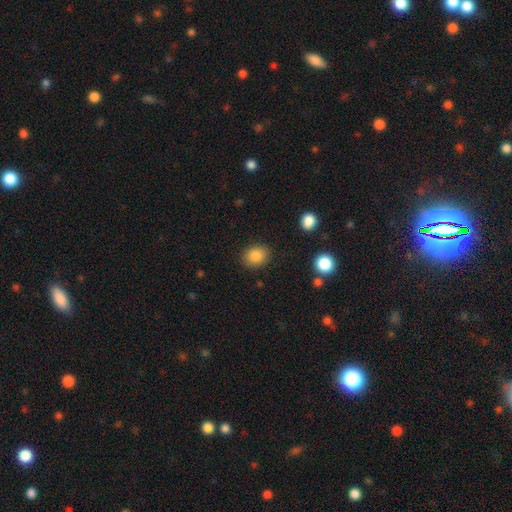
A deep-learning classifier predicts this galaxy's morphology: smooth-or-featured: smooth: 86% | star or artifact: 9% | featured or disk: 5%
  how-rounded: in between: 52% | round: 47% | cigar-shaped: 1%
  merging: none: 87% | minor disturbance: 9% | major disturbance: 3% | merger: 1%